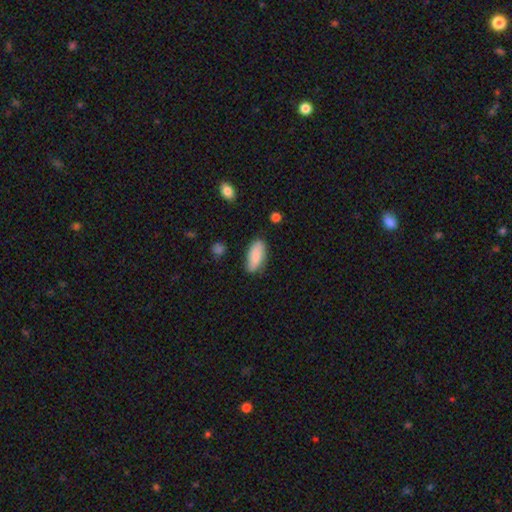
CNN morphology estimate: A smooth galaxy with no disk features (80%) that is in between round and cigar-shaped (84%).

Vote fractions:
- Smooth or featured? smooth: 80% / featured or disk: 13% / star or artifact: 7%
- How rounded? in between: 84% / cigar-shaped: 13% / round: 2%
- Merging? none: 76% / minor disturbance: 18% / major disturbance: 4% / merger: 2%